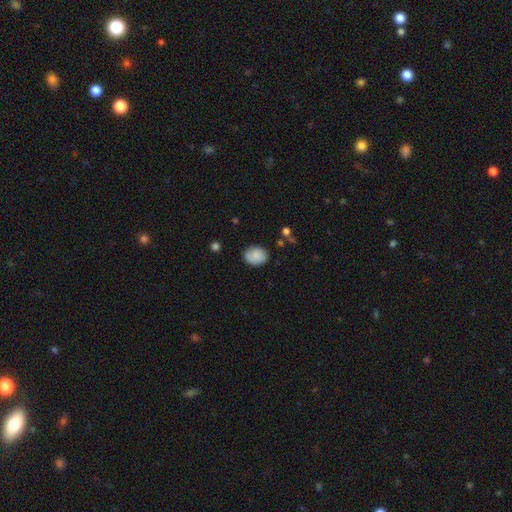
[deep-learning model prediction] smooth-or-featured: smooth: 79% | featured or disk: 13% | star or artifact: 8%
  how-rounded: in between: 51% | round: 48% | cigar-shaped: 1%
  merging: none: 74% | minor disturbance: 19% | major disturbance: 4% | merger: 2%